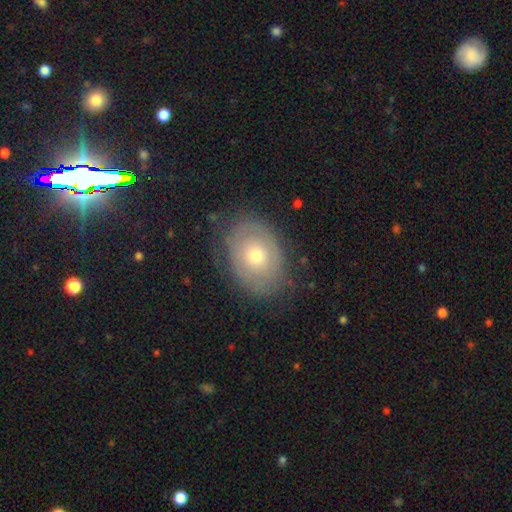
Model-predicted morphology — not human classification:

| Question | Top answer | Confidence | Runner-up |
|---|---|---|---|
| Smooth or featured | smooth | 46% | featured or disk (45%) |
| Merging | none | 79% | minor disturbance (15%) |